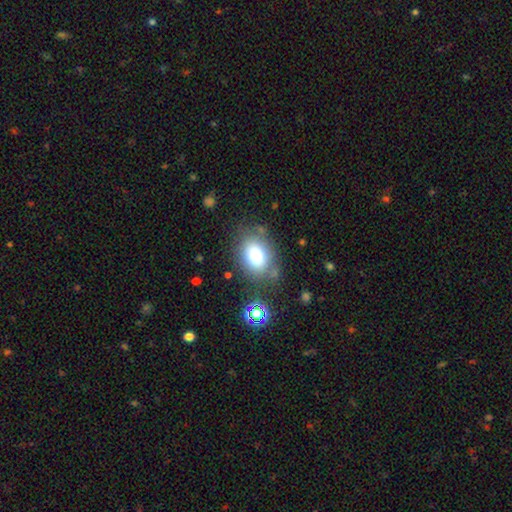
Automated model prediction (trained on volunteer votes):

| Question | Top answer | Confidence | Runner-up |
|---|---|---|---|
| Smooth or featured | smooth | 76% | featured or disk (12%) |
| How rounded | in between | 62% | round (37%) |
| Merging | none | 74% | minor disturbance (15%) |